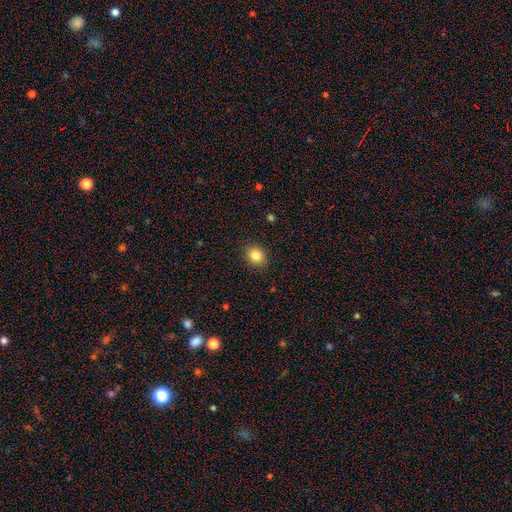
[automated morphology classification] Smooth or featured?
  - smooth: 83% *
  - star or artifact: 11%
  - featured or disk: 6%
How rounded?
  - round: 75% *
  - in between: 24%
  - cigar-shaped: 1%
Merging?
  - none: 90% *
  - minor disturbance: 7%
  - major disturbance: 2%
  - merger: 1%